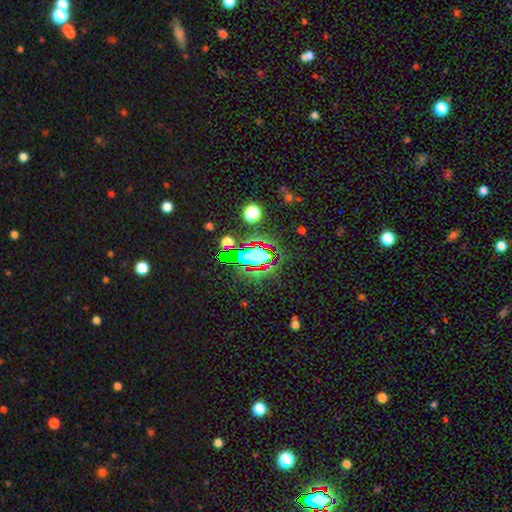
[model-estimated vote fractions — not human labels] Smooth or featured? star or artifact (63%)